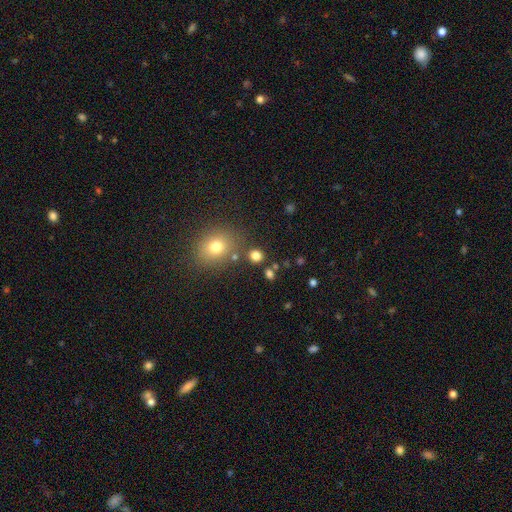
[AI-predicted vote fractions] smooth_or_featured: smooth (p=0.77) [alt: star or artifact p=0.16]
how_rounded: round (p=0.81) [alt: in between p=0.18]
merging: none (p=0.79) [alt: merger p=0.10]